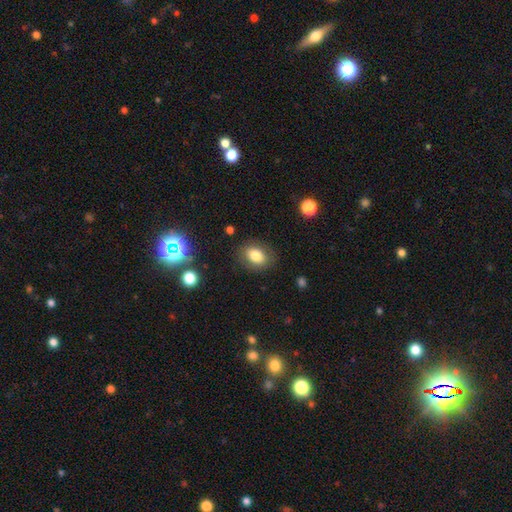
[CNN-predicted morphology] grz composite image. It shows a smooth galaxy with no disk features (80%) that is in between round and cigar-shaped (71%). Merging: none (83%).